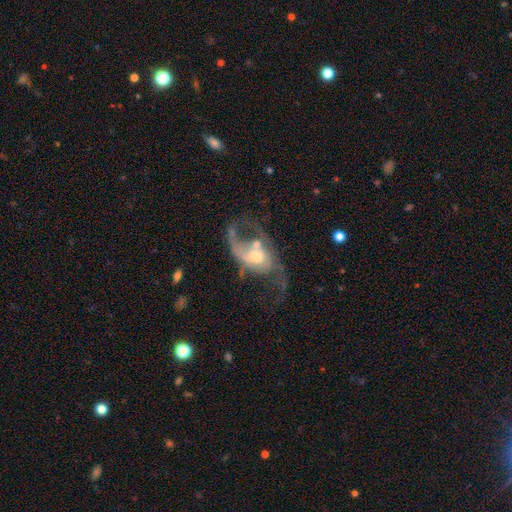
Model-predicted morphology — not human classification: Smooth or featured? featured or disk (79%)
Edge-on disk? no (96%)
Bar? no (58%)
Spiral arms? yes (82%)
Spiral winding? loose (64%)
Spiral arm count? 2 (72%)
Bulge size? moderate (57%)
Merging? major disturbance (39%)